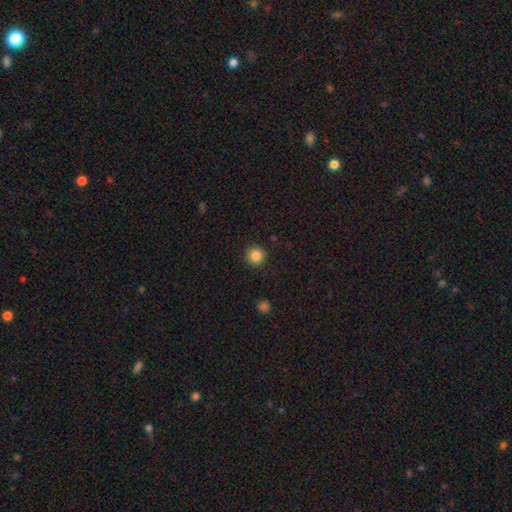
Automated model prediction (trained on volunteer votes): Smooth or featured? Predicted: smooth (p=0.86). How rounded? Predicted: round (p=0.95). Merging? Predicted: none (p=0.92).